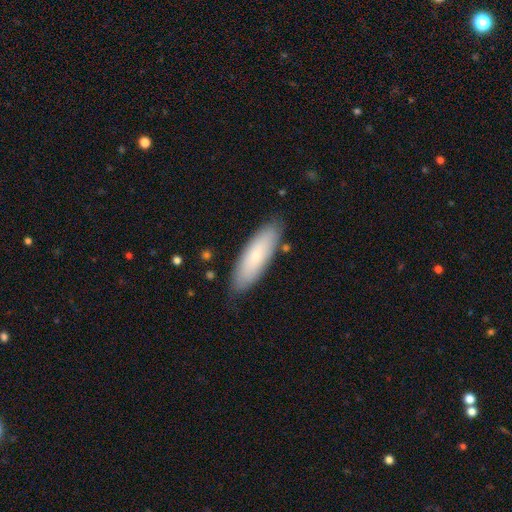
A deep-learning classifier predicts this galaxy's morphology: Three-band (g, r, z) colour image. It shows a smooth galaxy with no disk features (72%) that is in between round and cigar-shaped (52%). Merging: none (83%).